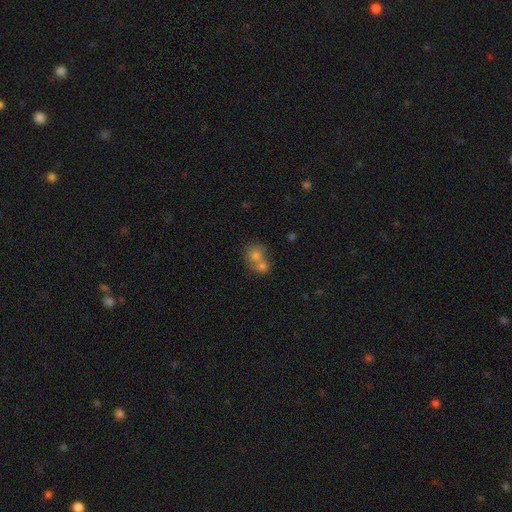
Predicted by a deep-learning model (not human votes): Q: Smooth or featured?
A: smooth (74%); runner-up: featured or disk (16%)
Q: How rounded?
A: round (74%); runner-up: in between (25%)
Q: Merging?
A: merger (60%); runner-up: none (30%)